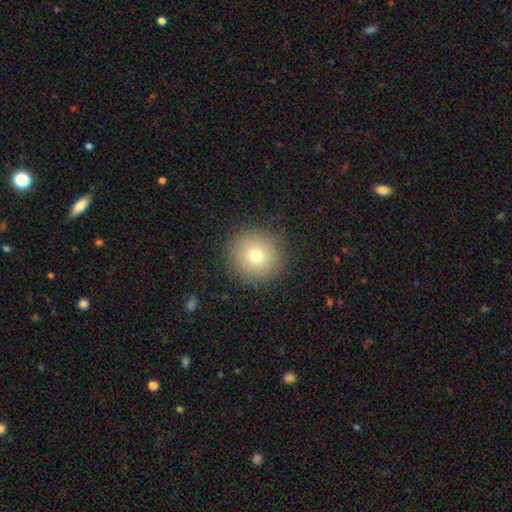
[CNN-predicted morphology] Smooth or featured? Predicted: smooth (p=0.74). How rounded? Predicted: round (p=0.95). Merging? Predicted: none (p=0.89).